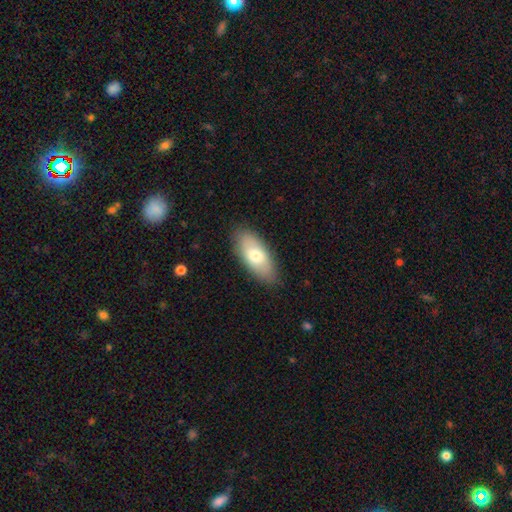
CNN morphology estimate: type=smooth (71%); roundness=in between (85%); merging=none (86%).